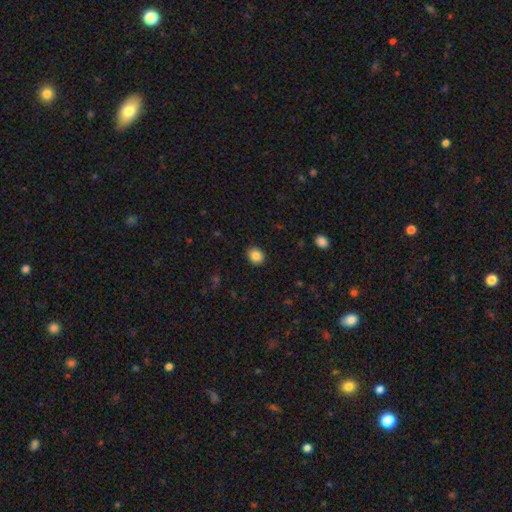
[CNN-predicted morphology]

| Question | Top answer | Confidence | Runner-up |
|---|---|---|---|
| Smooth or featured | smooth | 86% | star or artifact (9%) |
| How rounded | round | 67% | in between (32%) |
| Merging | none | 90% | minor disturbance (7%) |